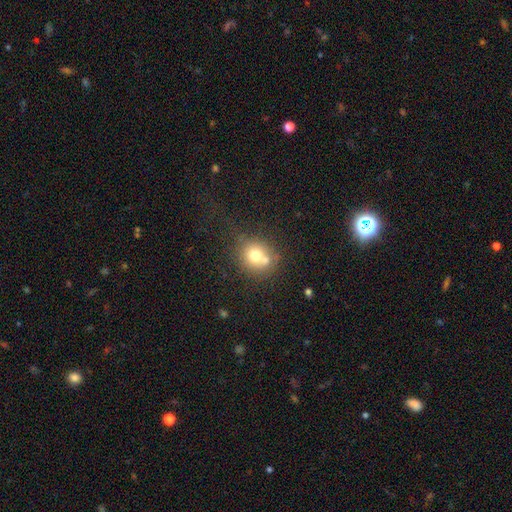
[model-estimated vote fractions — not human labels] Smooth or featured? smooth (70%)
How rounded? round (81%)
Merging? none (51%)